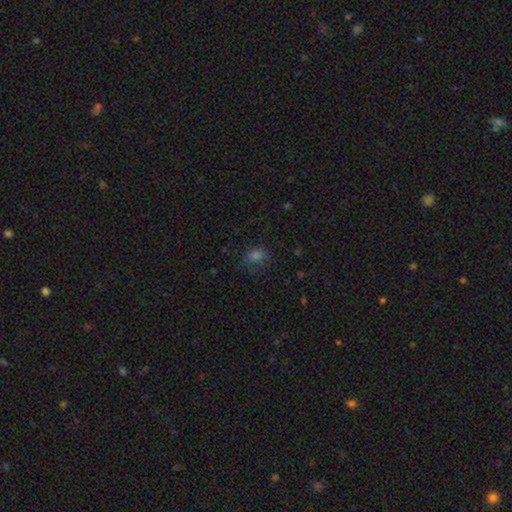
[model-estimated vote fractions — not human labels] smooth_or_featured: smooth (p=0.68) [alt: star or artifact p=0.24]
how_rounded: in between (p=0.51) [alt: round p=0.47]
merging: none (p=0.71) [alt: minor disturbance p=0.19]